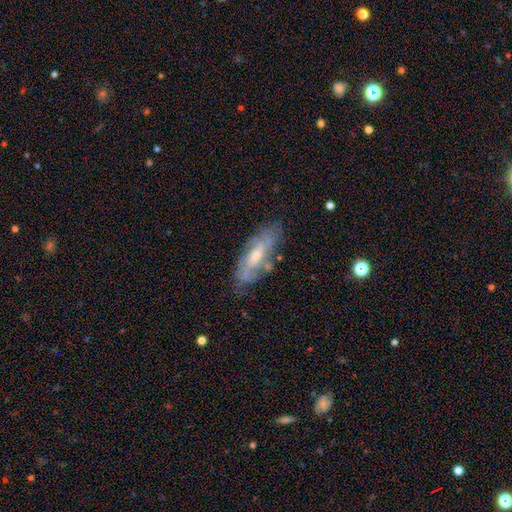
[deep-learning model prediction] Smooth or featured: featured or disk — 72% (smooth — 21%)
Edge-on disk: no — 79% (yes — 21%)
Bar: no — 54% (weak — 36%)
Spiral arms: yes — 80% (no — 20%)
Bulge size: small — 51% (moderate — 43%)
Merging: none — 72% (minor disturbance — 19%)